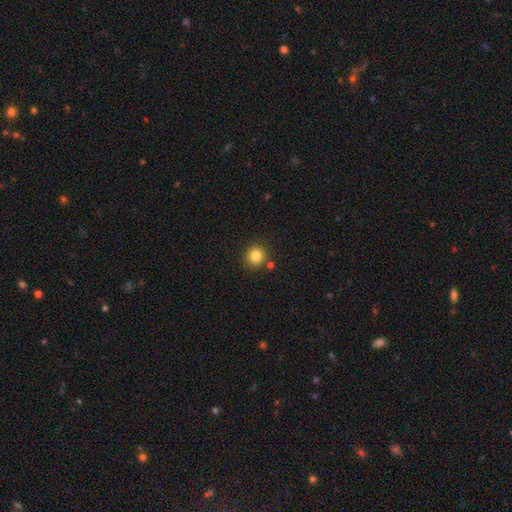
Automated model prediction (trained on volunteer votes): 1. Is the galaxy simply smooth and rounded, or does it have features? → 84% smooth, 11% star or artifact, 5% featured or disk.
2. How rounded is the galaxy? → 90% round, 9% in between, 1% cigar-shaped.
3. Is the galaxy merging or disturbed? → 83% none, 8% minor disturbance, 6% merger, 3% major disturbance.